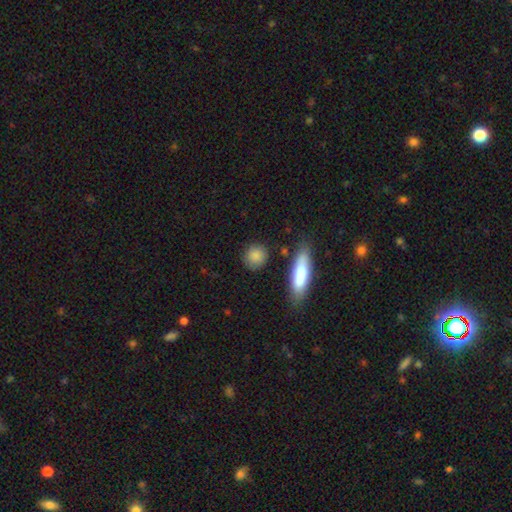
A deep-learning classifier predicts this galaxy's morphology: Smooth or featured: smooth — 87% (star or artifact — 7%)
How rounded: round — 76% (in between — 20%)
Merging: none — 82% (minor disturbance — 11%)